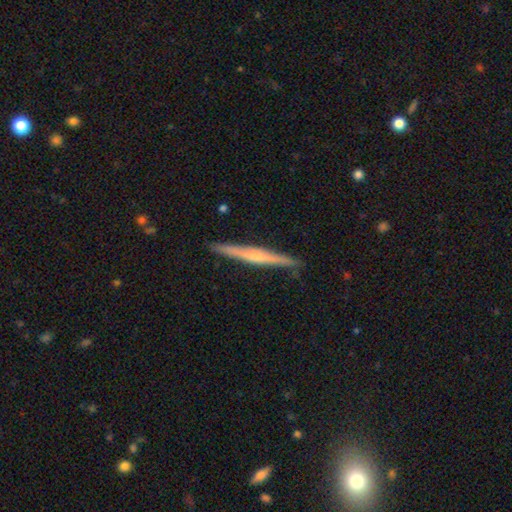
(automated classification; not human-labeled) smooth_or_featured: featured or disk (p=0.60) [alt: smooth p=0.35]
disk_edge_on: yes (p=0.98) [alt: no p=0.02]
edge_on_bulge: rounded (p=0.45) [alt: none p=0.44]
merging: none (p=0.89) [alt: minor disturbance p=0.08]